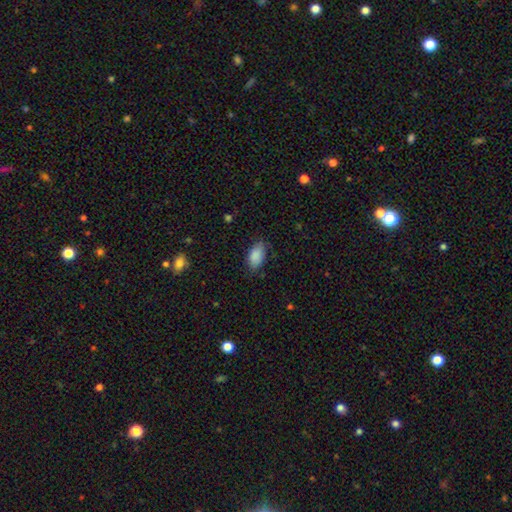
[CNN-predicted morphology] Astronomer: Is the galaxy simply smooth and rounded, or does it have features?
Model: smooth — 88%.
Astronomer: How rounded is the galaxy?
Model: in between — 93%.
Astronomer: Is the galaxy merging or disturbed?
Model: none — 73%.